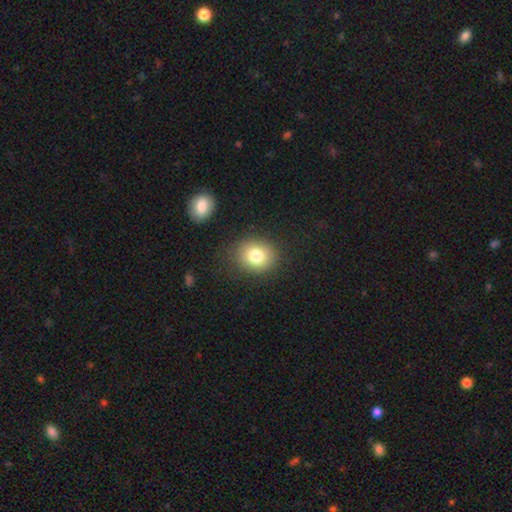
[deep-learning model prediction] A smooth galaxy with no disk features (79%) that is round (65%). Merging: none (85%).